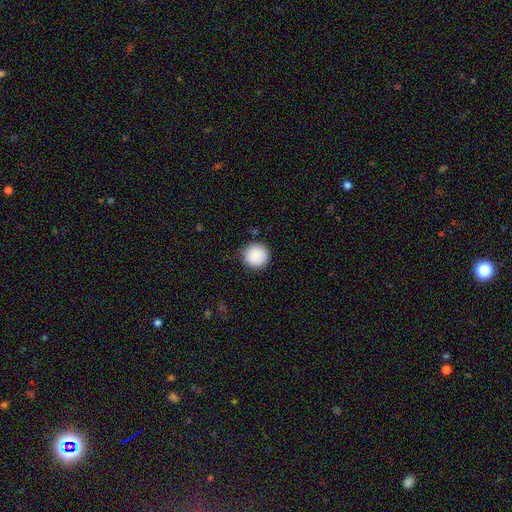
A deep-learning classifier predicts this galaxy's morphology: smooth_or_featured: smooth (p=0.89) [alt: star or artifact p=0.08]
how_rounded: round (p=0.96) [alt: in between p=0.04]
merging: none (p=0.88) [alt: minor disturbance p=0.08]